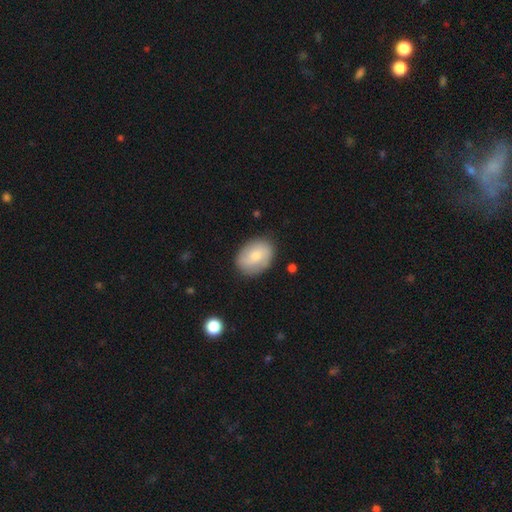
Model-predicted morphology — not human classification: This is likely a smooth galaxy (60%). How rounded: likely in between (70%). Merging: clearly none (83%).